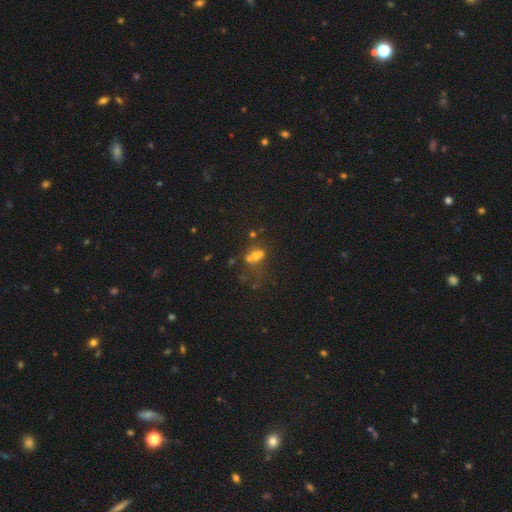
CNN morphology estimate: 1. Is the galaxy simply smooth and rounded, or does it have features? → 43% smooth, 30% featured or disk, 26% star or artifact.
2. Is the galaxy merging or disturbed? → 50% merger, 29% none, 11% major disturbance, 9% minor disturbance.